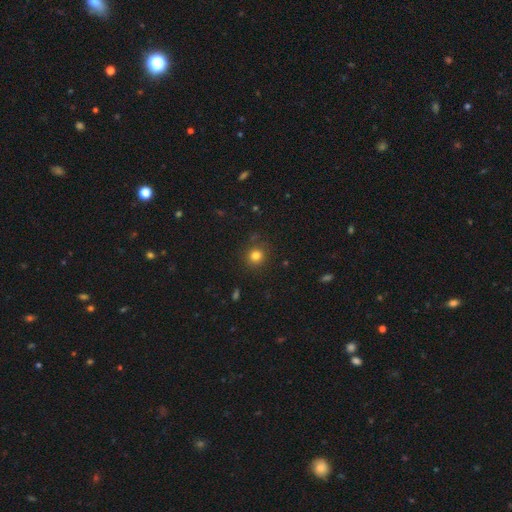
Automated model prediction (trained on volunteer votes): Smooth or featured? smooth (80%)
How rounded? round (91%)
Merging? none (87%)